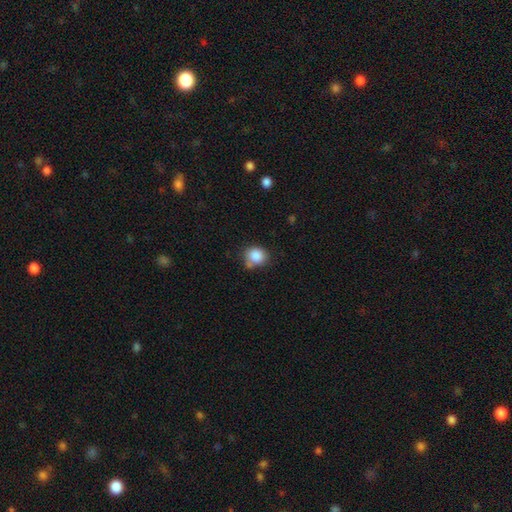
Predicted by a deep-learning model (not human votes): Smooth or featured: smooth — 86% (star or artifact — 9%)
How rounded: round — 75% (in between — 24%)
Merging: none — 61% (minor disturbance — 23%)